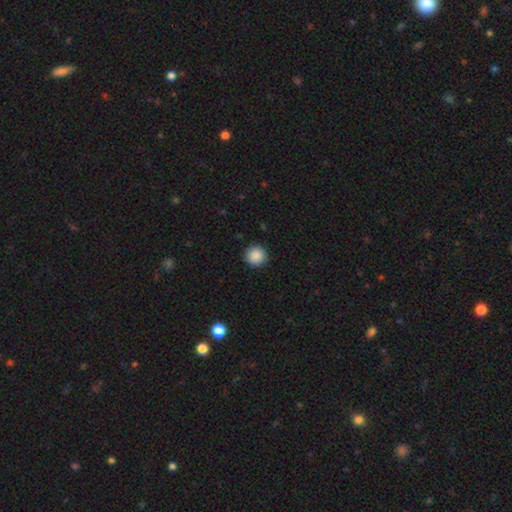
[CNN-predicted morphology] Smooth or featured? Predicted: smooth (p=0.89). How rounded? Predicted: round (p=0.94). Merging? Predicted: none (p=0.91).